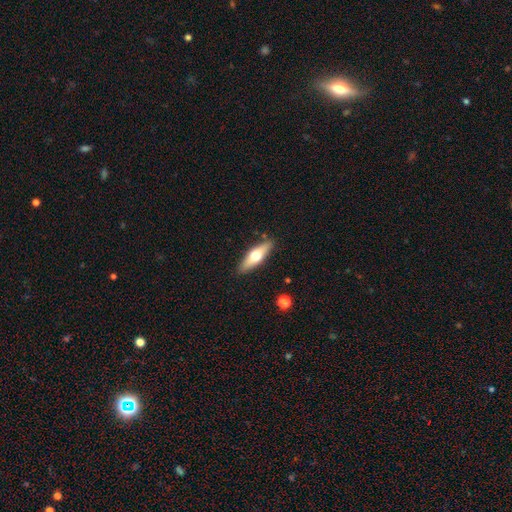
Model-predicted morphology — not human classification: type=smooth (52%); roundness=cigar-shaped (56%); merging=none (88%).